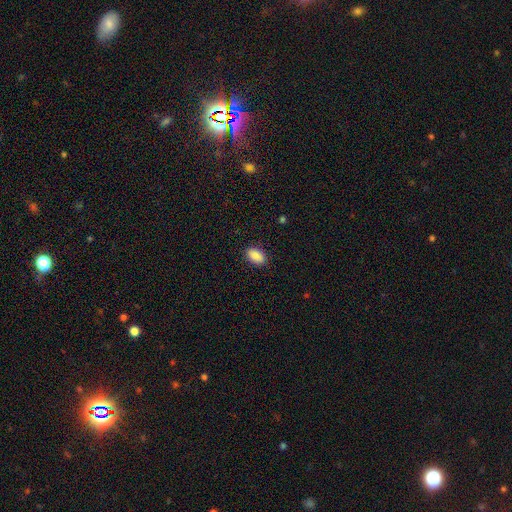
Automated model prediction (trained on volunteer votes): Smooth or featured: smooth — 90% (star or artifact — 7%)
How rounded: in between — 92% (round — 7%)
Merging: none — 88% (minor disturbance — 9%)